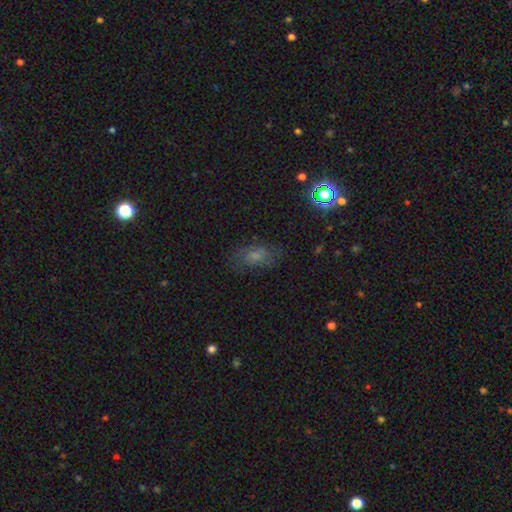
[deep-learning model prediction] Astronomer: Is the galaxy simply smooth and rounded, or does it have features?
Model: smooth — 51% (runner-up: featured or disk, 29%).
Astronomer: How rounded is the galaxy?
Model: in between — 85%.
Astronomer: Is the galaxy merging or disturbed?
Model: none — 73%.